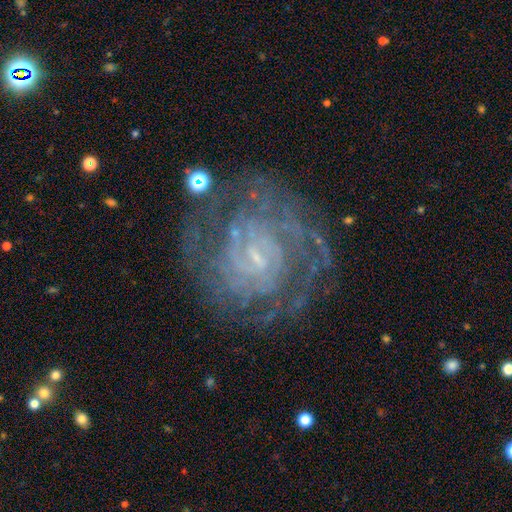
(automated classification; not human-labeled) Smooth or featured: featured or disk — 85% (star or artifact — 8%)
Edge-on disk: no — 98% (yes — 2%)
Bar: weak — 48% (no — 38%)
Spiral arms: yes — 95% (no — 5%)
Spiral winding: tight — 73% (medium — 23%)
Spiral arm count: can't tell — 35% (2 — 22%)
Bulge size: small — 70% (none — 17%)
Merging: none — 75% (minor disturbance — 15%)